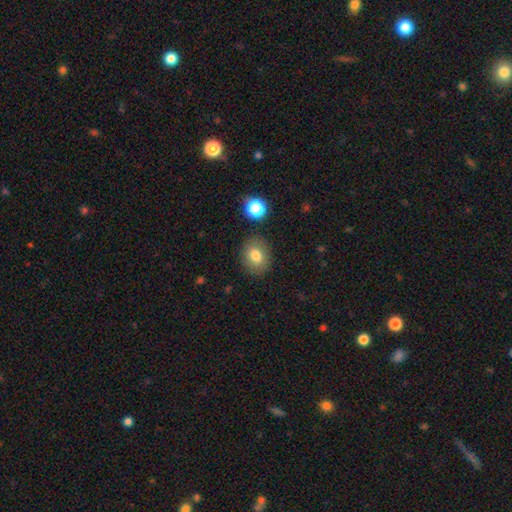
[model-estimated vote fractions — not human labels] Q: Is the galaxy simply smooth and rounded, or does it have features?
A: smooth — 80%.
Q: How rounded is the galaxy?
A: round — 57%.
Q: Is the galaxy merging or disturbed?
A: none — 85%.